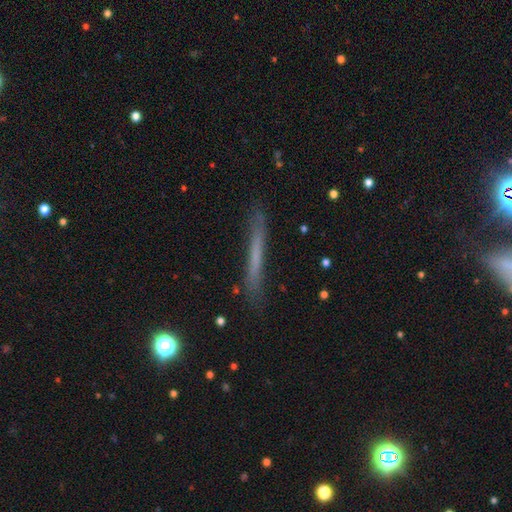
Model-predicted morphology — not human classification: Smooth or featured: smooth — 53% (featured or disk — 39%)
How rounded: cigar-shaped — 96% (in between — 2%)
Merging: none — 83% (minor disturbance — 13%)